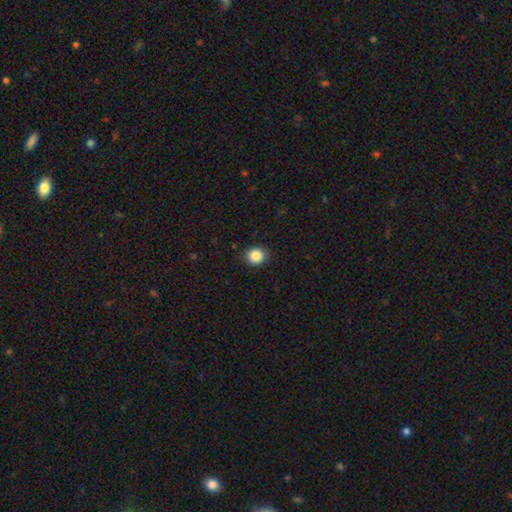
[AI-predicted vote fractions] smooth 86%, star or artifact 10%, featured or disk 4%. Down the decision tree: how rounded — round (80%); merging — none (89%).